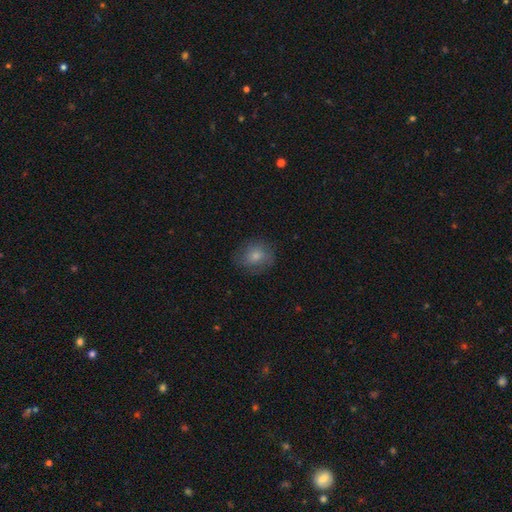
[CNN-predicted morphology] Overall: smooth (76%). How rounded: round (69%; in between 30%). Merging: none (76%).